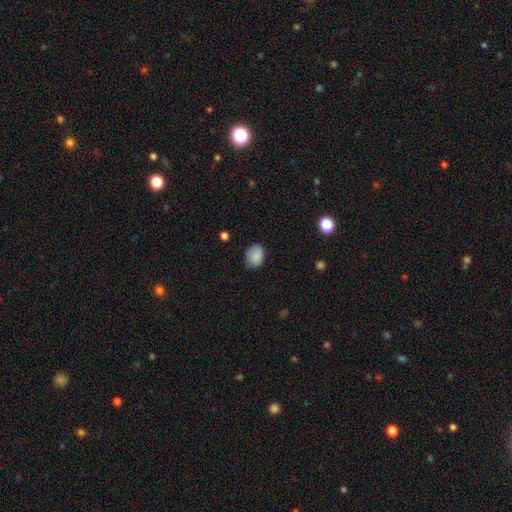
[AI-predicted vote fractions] The model was most divided on "how rounded": in between: 58%, round: 41%, cigar-shaped: 1%. More confident: smooth or featured — smooth (86%); merging — none (70%).